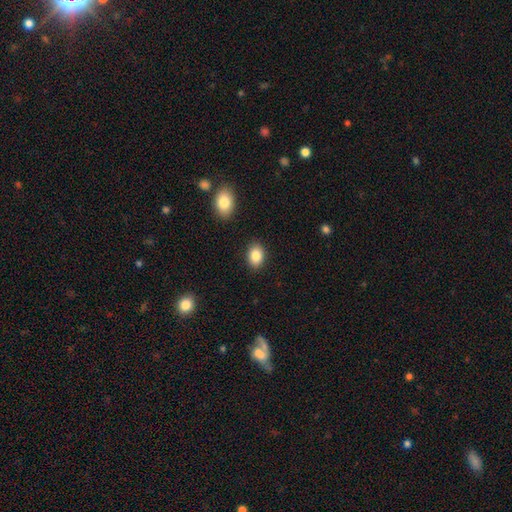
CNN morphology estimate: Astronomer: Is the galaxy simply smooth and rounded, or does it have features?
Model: smooth — 85%.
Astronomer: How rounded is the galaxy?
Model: in between — 77%.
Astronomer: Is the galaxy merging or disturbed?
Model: none — 88%.